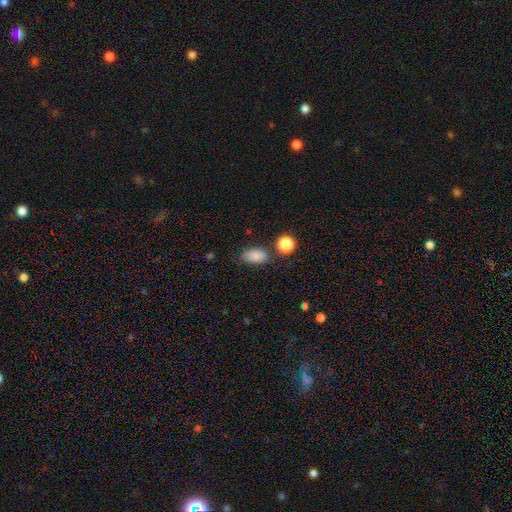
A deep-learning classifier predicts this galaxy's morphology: This appears to be a smooth galaxy with no disk features (85%) that is in between round and cigar-shaped (89%). Merging: none (72%).